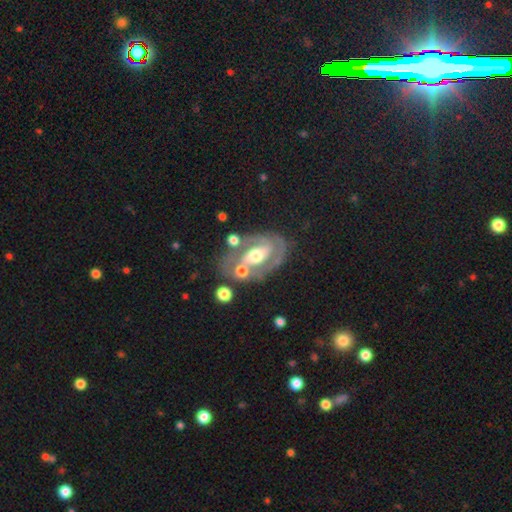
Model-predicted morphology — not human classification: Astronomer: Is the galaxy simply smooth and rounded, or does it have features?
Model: featured or disk — 78%.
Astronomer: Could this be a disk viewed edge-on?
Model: no — 95%.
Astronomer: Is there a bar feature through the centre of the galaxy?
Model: no — 45% (runner-up: weak, 30%).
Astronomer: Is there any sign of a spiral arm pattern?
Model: yes — 71%.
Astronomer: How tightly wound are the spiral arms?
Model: tight — 46% (runner-up: medium, 40%).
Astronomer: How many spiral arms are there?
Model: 2 — 67%.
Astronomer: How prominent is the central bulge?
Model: moderate — 67%.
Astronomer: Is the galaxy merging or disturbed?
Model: none — 57%.